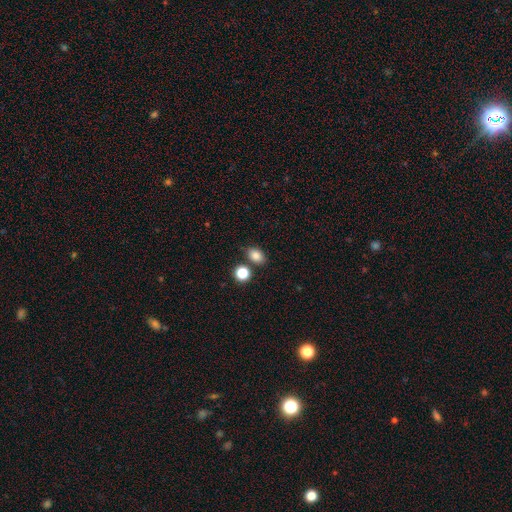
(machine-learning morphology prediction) type=smooth (83%); roundness=in between (72%); merging=none (74%).